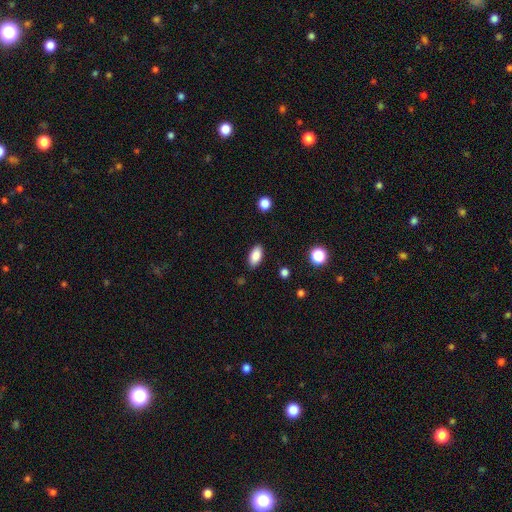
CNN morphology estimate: Smooth or featured?
  - smooth: 87% *
  - star or artifact: 8%
  - featured or disk: 5%
How rounded?
  - in between: 92% *
  - cigar-shaped: 4%
  - round: 4%
Merging?
  - none: 87% *
  - minor disturbance: 10%
  - major disturbance: 2%
  - merger: 1%